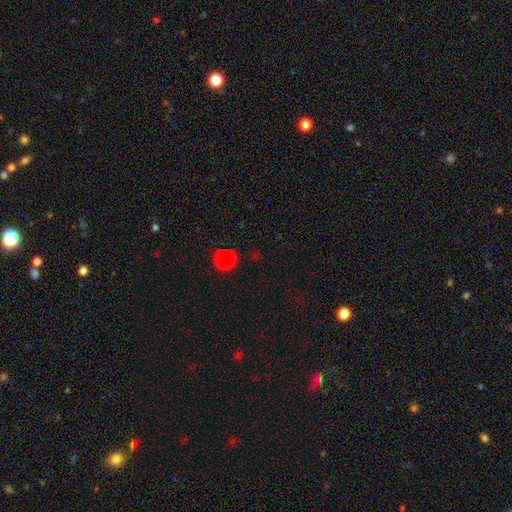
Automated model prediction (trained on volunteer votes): smooth 70%, star or artifact 27%, featured or disk 4%. Down the decision tree: how rounded — round (90%); merging — none (87%).